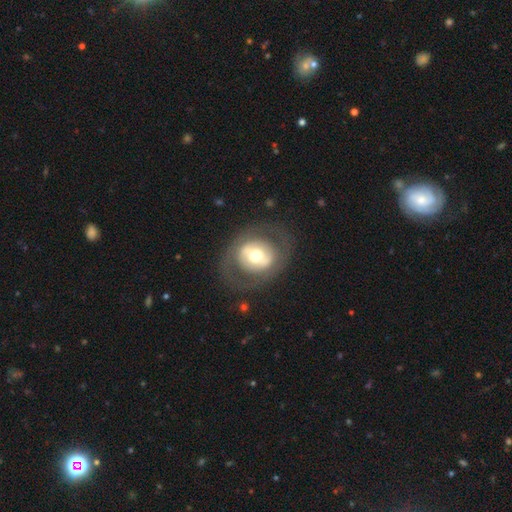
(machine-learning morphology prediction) featured or disk 53%, smooth 40%, star or artifact 7%. Down the decision tree: edge-on disk — no (93%); merging — none (77%).